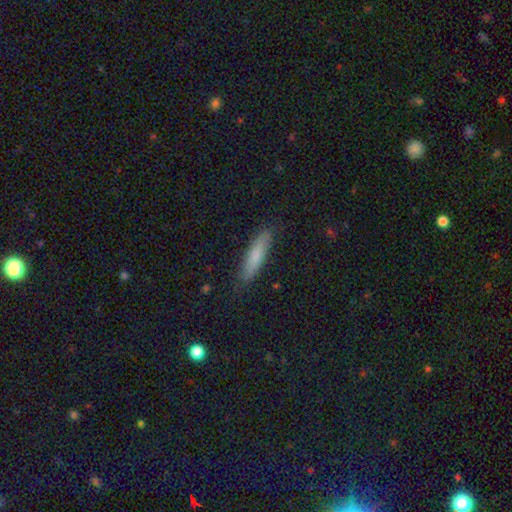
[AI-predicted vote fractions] smooth_or_featured: smooth (p=0.78) [alt: featured or disk p=0.15]
how_rounded: cigar-shaped (p=0.81) [alt: in between p=0.18]
merging: none (p=0.86) [alt: minor disturbance p=0.11]